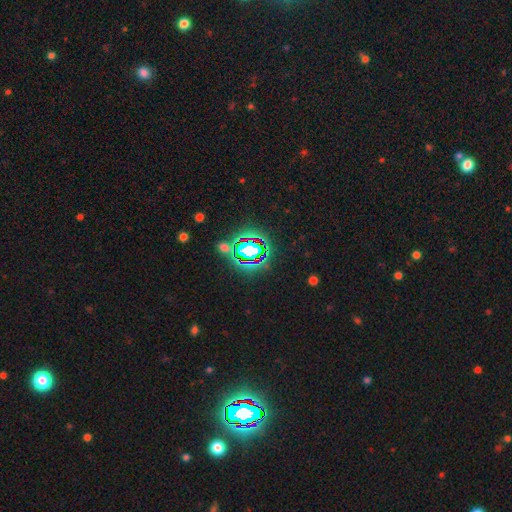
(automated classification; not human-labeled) The model was most divided on "smooth or featured": star or artifact: 81%, smooth: 11%, featured or disk: 8%.